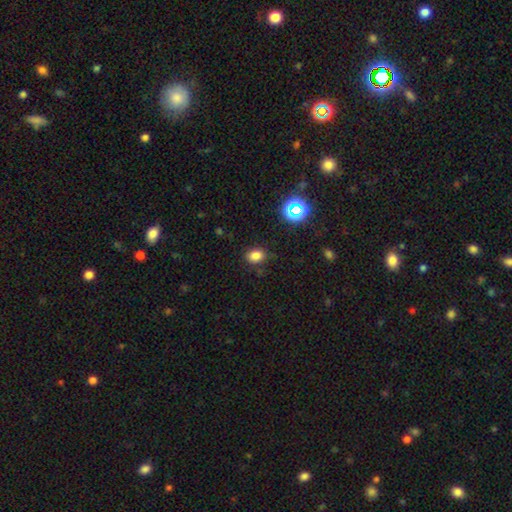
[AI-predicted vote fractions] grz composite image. It shows a smooth galaxy with no disk features (79%) that is in between round and cigar-shaped (62%). Merging: none (83%).